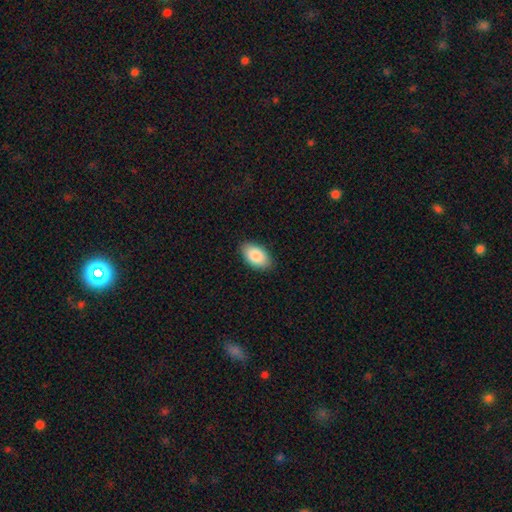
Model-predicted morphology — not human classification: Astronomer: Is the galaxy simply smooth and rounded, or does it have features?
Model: smooth — 88%.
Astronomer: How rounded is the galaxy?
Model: in between — 95%.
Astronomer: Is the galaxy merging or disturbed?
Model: none — 87%.